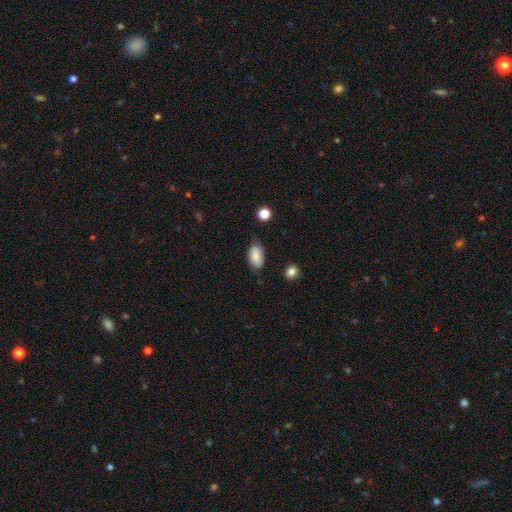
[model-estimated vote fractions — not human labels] Smooth or featured? smooth (81%)
How rounded? in between (93%)
Merging? none (73%)